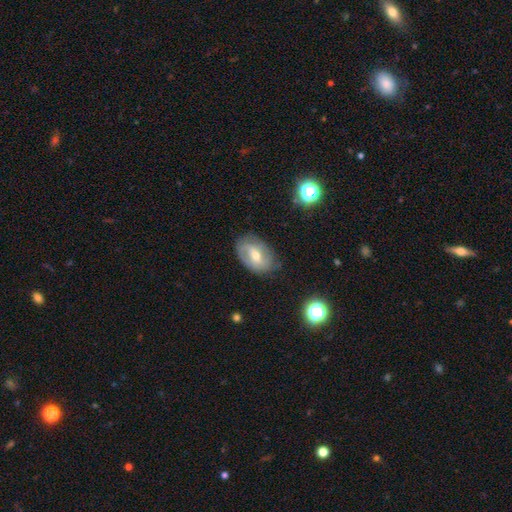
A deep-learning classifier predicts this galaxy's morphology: Smooth or featured: featured or disk — 60% (smooth — 32%)
Edge-on disk: no — 94% (yes — 6%)
Bar: weak — 50% (no — 25%)
Spiral arms: yes — 75% (no — 25%)
Bulge size: moderate — 58% (small — 37%)
Merging: none — 74% (minor disturbance — 19%)